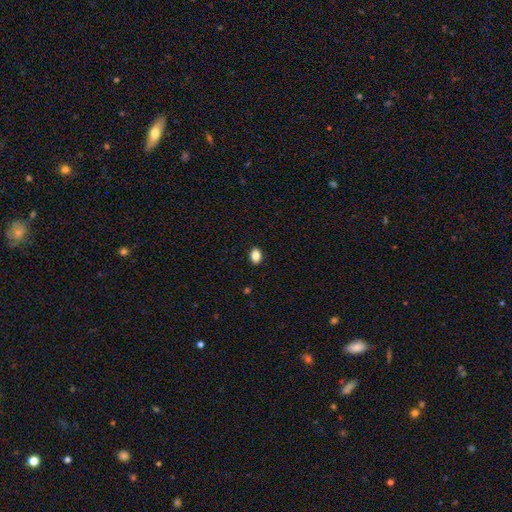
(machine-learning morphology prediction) Smooth or featured? smooth (87%)
How rounded? in between (72%)
Merging? none (91%)